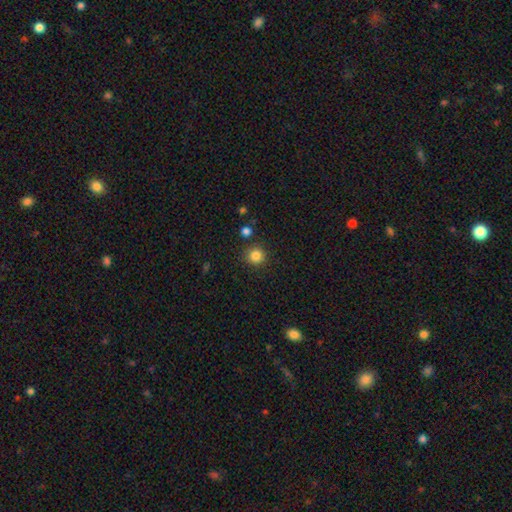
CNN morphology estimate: This appears to be a smooth galaxy with no disk features (84%) that is round (93%). Merging: none (87%).